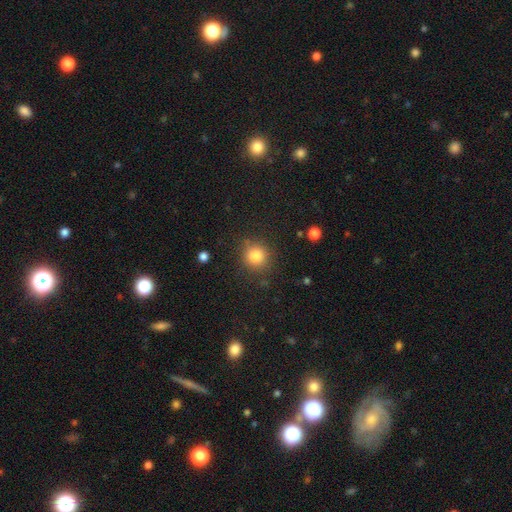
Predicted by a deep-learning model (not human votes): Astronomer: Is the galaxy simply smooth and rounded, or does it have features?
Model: smooth — 84%.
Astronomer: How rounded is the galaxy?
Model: round — 88%.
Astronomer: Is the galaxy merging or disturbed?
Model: none — 83%.